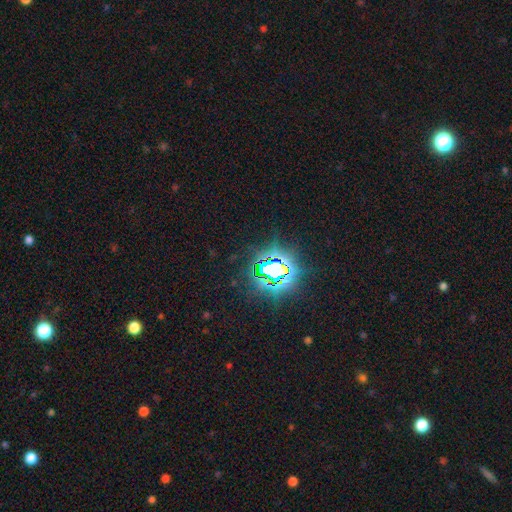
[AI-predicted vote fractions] This appears to be a star or artifact, not a galaxy (83%).